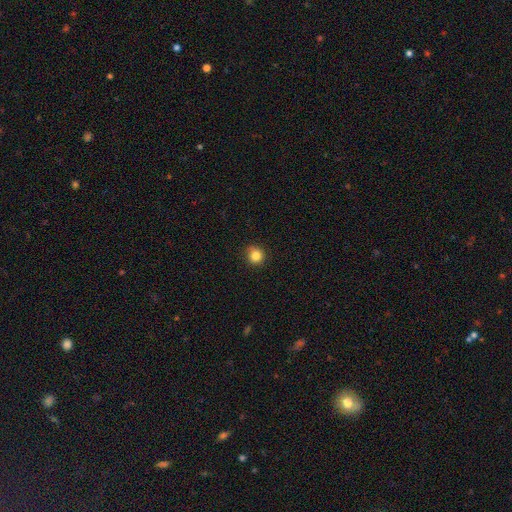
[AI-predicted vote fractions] A smooth galaxy with no disk features (84%) that is round (90%).

Vote fractions:
- Smooth or featured? smooth: 84% / star or artifact: 11% / featured or disk: 5%
- How rounded? round: 90% / in between: 9% / cigar-shaped: 1%
- Merging? none: 85% / minor disturbance: 11% / major disturbance: 2% / merger: 1%